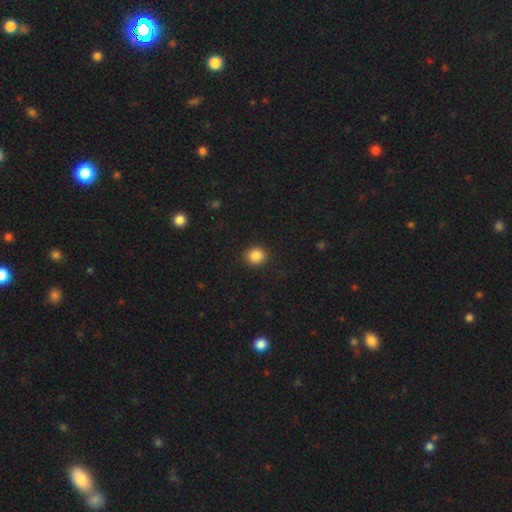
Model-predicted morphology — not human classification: type=smooth (86%); roundness=round (84%); merging=none (92%).